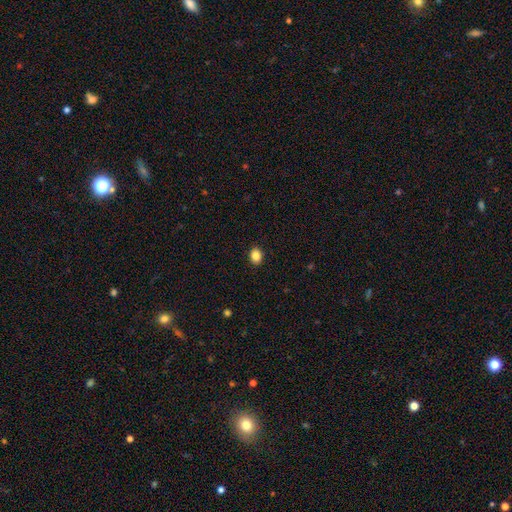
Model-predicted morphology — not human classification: smooth 86%, star or artifact 10%, featured or disk 4%. Down the decision tree: how rounded — in between (53%); merging — none (91%).